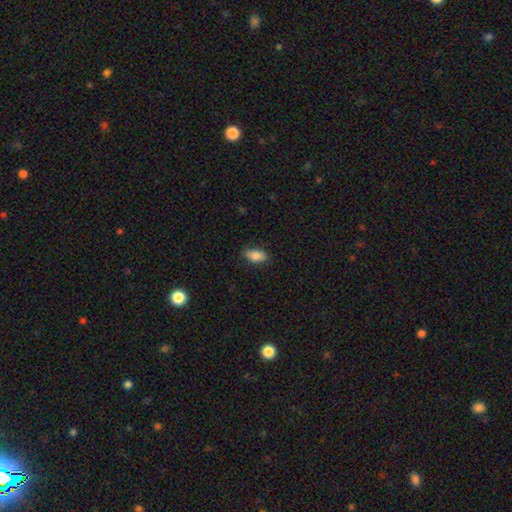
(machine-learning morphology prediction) Smooth or featured: smooth — 83% (featured or disk — 9%)
How rounded: in between — 88% (cigar-shaped — 7%)
Merging: none — 82% (minor disturbance — 14%)